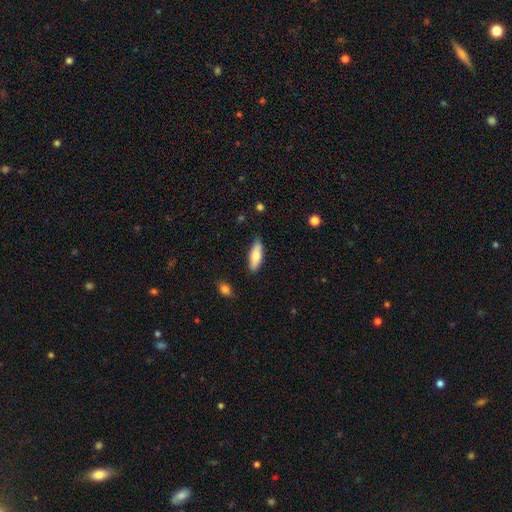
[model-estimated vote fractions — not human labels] A smooth galaxy with no disk features (80%) that is in between round and cigar-shaped (59%).

Vote fractions:
- Smooth or featured? smooth: 80% / featured or disk: 14% / star or artifact: 6%
- How rounded? in between: 59% / cigar-shaped: 39% / round: 2%
- Merging? none: 82% / minor disturbance: 14% / major disturbance: 2% / merger: 1%